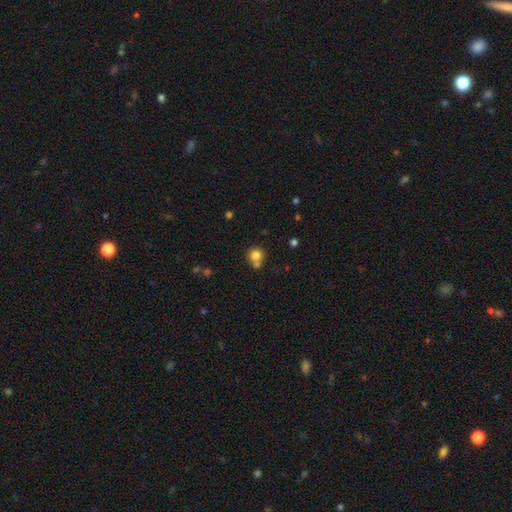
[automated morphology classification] type=smooth (79%); roundness=round (88%); merging=none (54%).